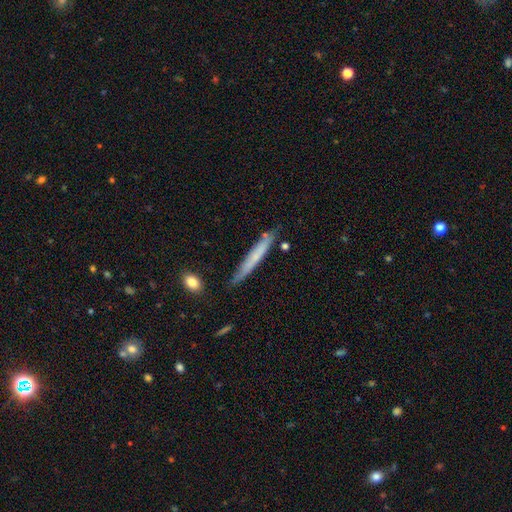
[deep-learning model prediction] This is possibly a smooth galaxy (56%). How rounded: clearly cigar-shaped (96%). Merging: clearly none (81%).